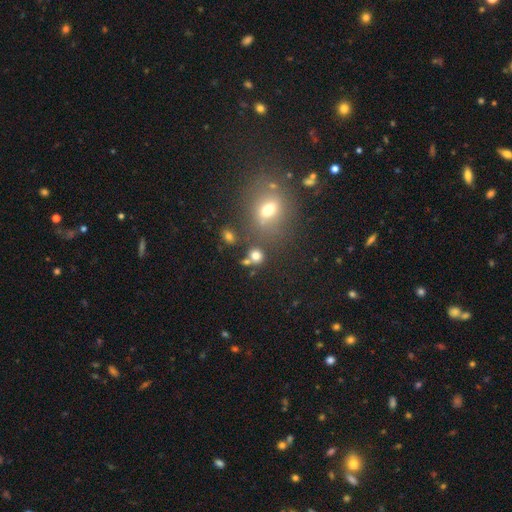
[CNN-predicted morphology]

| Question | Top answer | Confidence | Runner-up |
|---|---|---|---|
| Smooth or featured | smooth | 75% | star or artifact (16%) |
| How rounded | round | 75% | in between (23%) |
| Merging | none | 59% | merger (23%) |